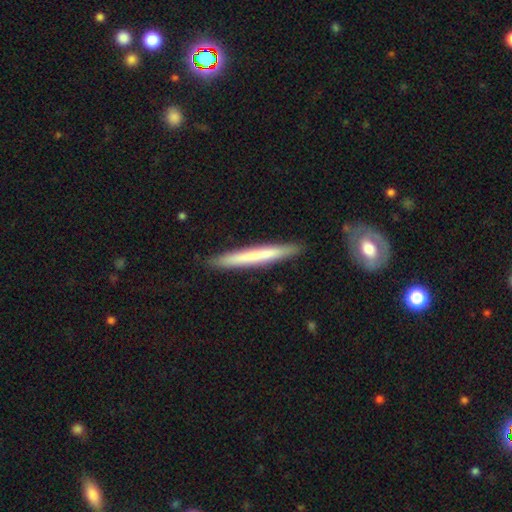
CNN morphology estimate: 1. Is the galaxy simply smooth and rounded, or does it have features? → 60% smooth, 34% featured or disk, 6% star or artifact.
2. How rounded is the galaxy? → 96% cigar-shaped, 2% in between, 1% round.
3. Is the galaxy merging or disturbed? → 88% none, 8% minor disturbance, 2% merger, 2% major disturbance.